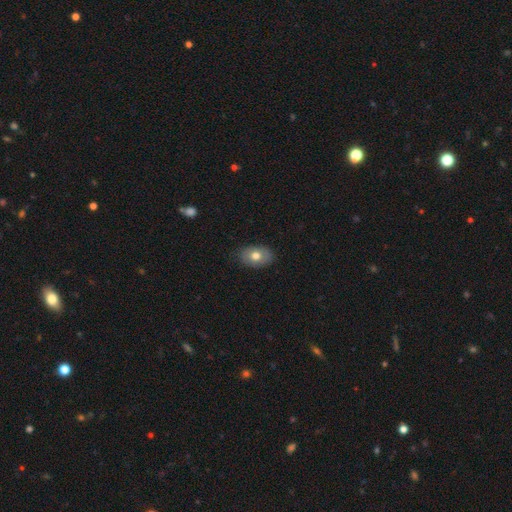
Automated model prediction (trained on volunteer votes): Overall: smooth (73%). How rounded: in between (82%). Merging: none (84%).